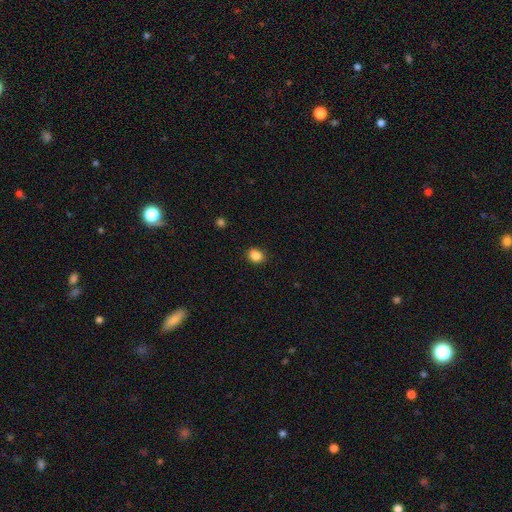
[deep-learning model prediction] Smooth or featured?
  - smooth: 86% *
  - star or artifact: 10%
  - featured or disk: 4%
How rounded?
  - round: 59% *
  - in between: 40%
  - cigar-shaped: 1%
Merging?
  - none: 84% *
  - minor disturbance: 12%
  - major disturbance: 3%
  - merger: 2%